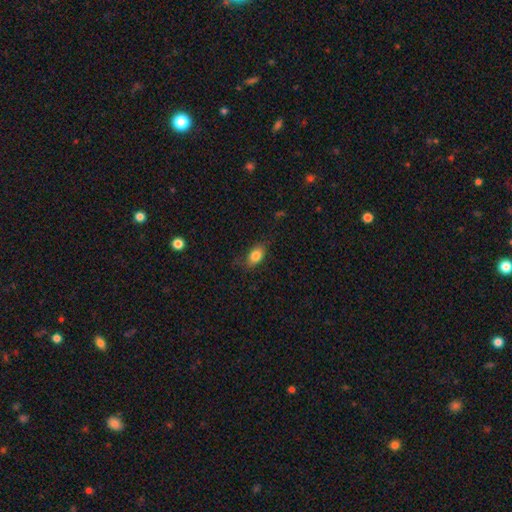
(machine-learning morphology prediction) Q: Smooth or featured?
A: smooth (82%); runner-up: featured or disk (9%)
Q: How rounded?
A: in between (84%); runner-up: round (11%)
Q: Merging?
A: none (75%); runner-up: minor disturbance (18%)